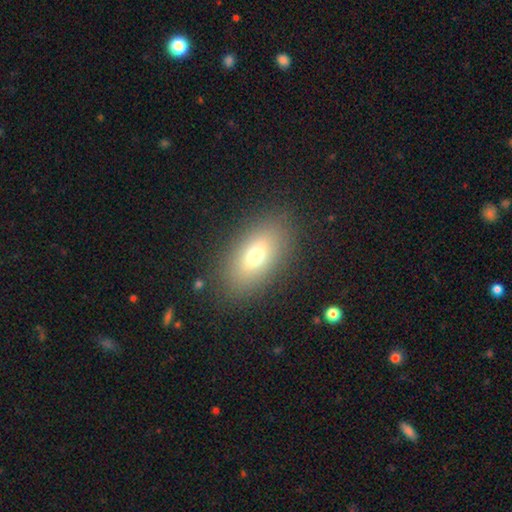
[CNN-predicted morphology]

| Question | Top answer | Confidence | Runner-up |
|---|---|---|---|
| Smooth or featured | smooth | 69% | featured or disk (20%) |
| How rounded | in between | 86% | round (7%) |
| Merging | none | 86% | minor disturbance (9%) |